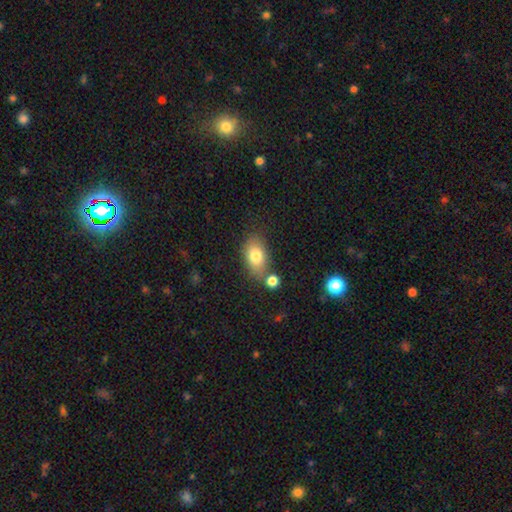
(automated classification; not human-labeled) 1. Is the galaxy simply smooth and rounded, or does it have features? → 78% smooth, 13% featured or disk, 9% star or artifact.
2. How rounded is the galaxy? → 85% in between, 13% round, 2% cigar-shaped.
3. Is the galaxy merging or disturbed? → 64% none, 16% minor disturbance, 15% merger, 5% major disturbance.